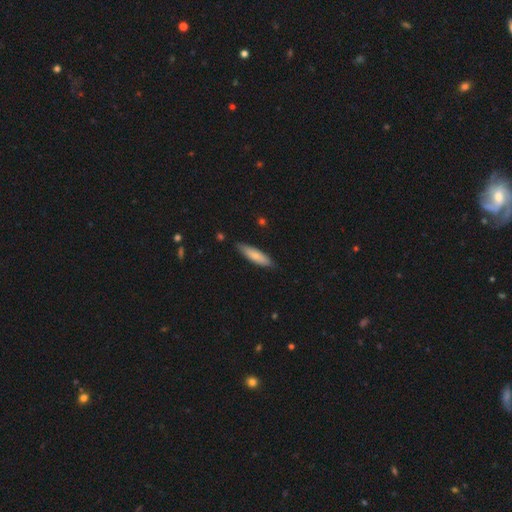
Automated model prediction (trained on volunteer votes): Smooth or featured? Predicted: smooth (p=0.77). How rounded? Predicted: cigar-shaped (p=0.64). Merging? Predicted: none (p=0.83).